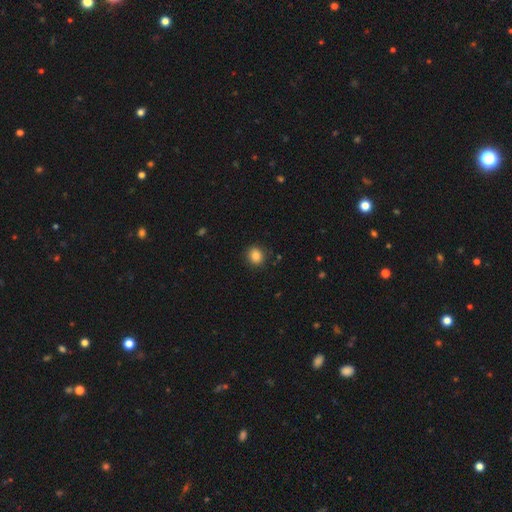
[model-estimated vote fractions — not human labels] This appears to be a smooth galaxy with no disk features (84%) that is round (79%). Merging: none (88%).